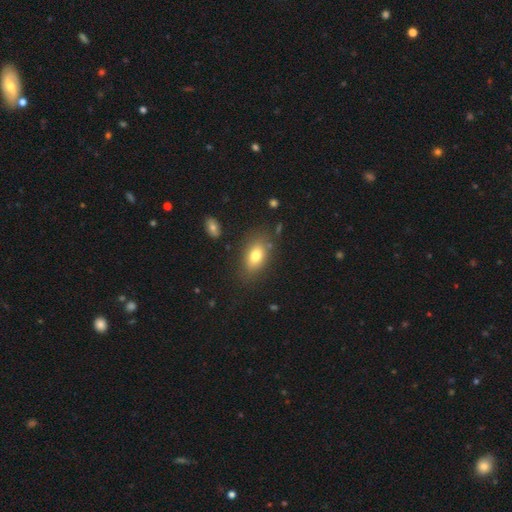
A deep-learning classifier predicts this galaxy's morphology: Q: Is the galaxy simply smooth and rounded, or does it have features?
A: smooth — 78%.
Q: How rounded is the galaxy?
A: in between — 88%.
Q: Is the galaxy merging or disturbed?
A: none — 78%.